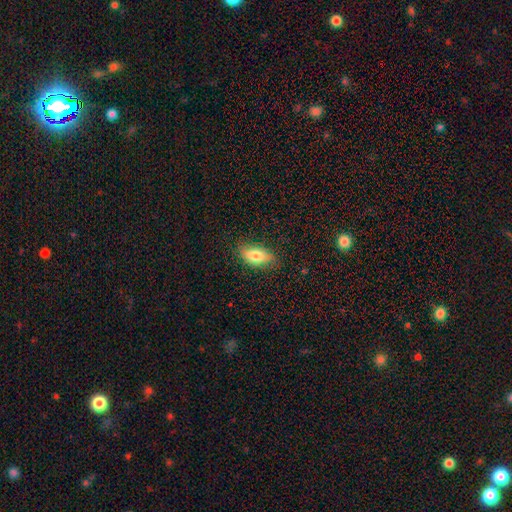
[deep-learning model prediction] A smooth galaxy with no disk features (77%) that is in between round and cigar-shaped (87%). Merging: none (77%).